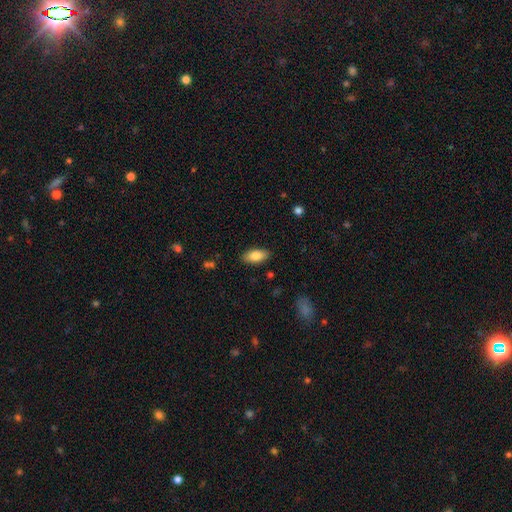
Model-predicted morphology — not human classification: type=smooth (83%); roundness=in between (90%); merging=none (88%).